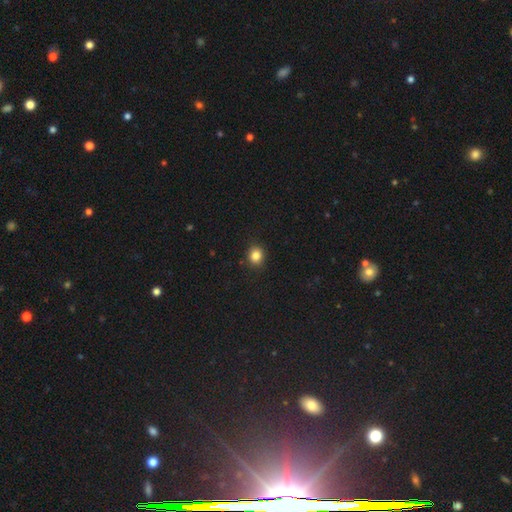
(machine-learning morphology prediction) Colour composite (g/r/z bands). It shows a smooth galaxy with no disk features (84%) that is round (80%). Merging: none (89%).